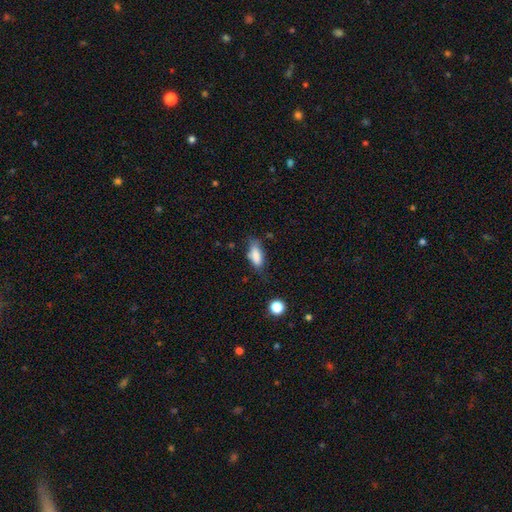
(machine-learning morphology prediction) smooth_or_featured: smooth (p=0.81) [alt: featured or disk p=0.11]
how_rounded: in between (p=0.75) [alt: cigar-shaped p=0.22]
merging: none (p=0.60) [alt: minor disturbance p=0.28]